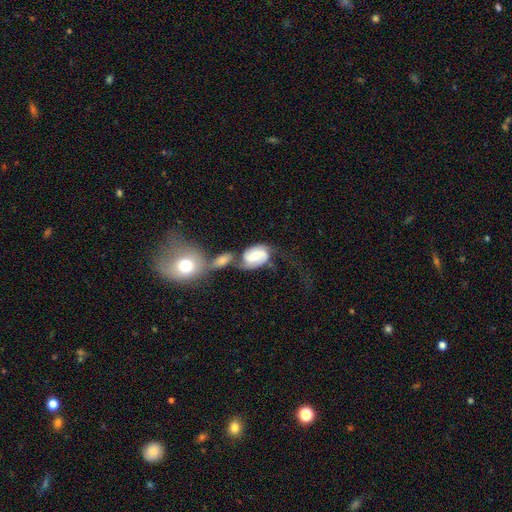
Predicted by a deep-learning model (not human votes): A featured or disk galaxy (67%) with no bar (48%), 2 (83%) medium (44%) spiral arms (90%) and a moderate central bulge (58%). Merging: merger (43%).